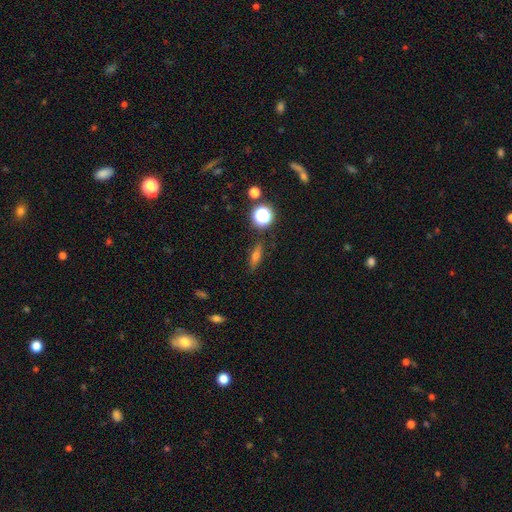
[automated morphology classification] Overall: smooth (60%; featured or disk 21%). How rounded: cigar-shaped (46%; in between 39%). Merging: none (84%).